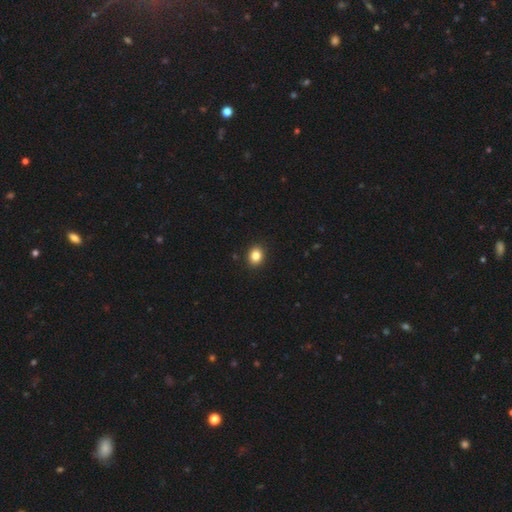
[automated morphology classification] Smooth or featured: smooth — 84% (star or artifact — 10%)
How rounded: round — 56% (in between — 43%)
Merging: none — 91% (minor disturbance — 6%)